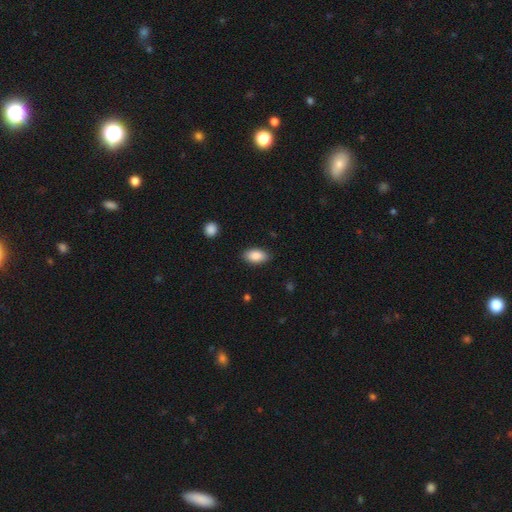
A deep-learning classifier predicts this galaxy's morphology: This is clearly a smooth galaxy (87%). How rounded: clearly in between (92%). Merging: clearly none (86%).